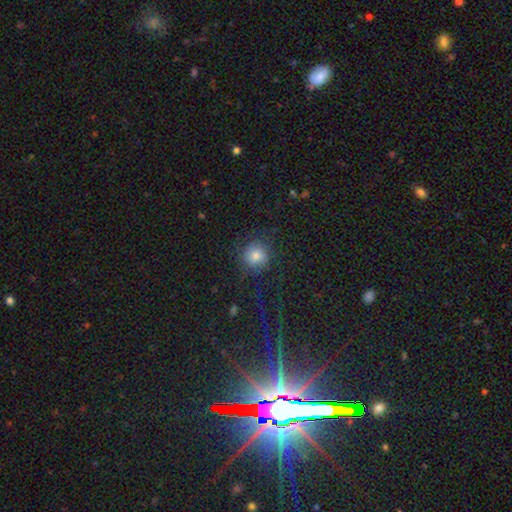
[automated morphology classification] Overall: smooth (66%). How rounded: round (91%). Merging: none (78%).